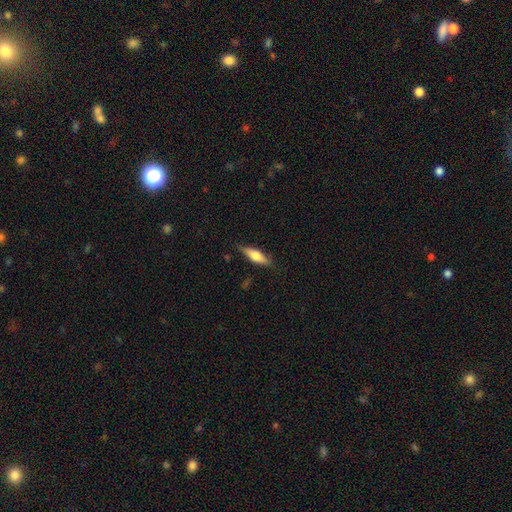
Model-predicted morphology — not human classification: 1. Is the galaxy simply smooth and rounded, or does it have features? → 54% smooth, 40% featured or disk, 6% star or artifact.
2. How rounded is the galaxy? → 52% cigar-shaped, 45% in between, 3% round.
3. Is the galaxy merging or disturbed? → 78% none, 17% minor disturbance, 3% major disturbance, 1% merger.